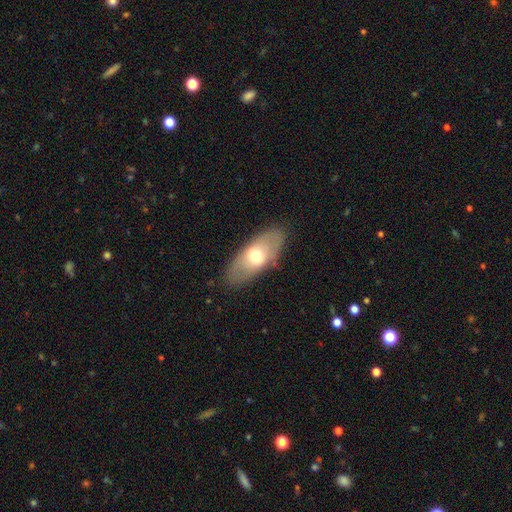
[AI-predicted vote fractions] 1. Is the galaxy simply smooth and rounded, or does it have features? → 57% smooth, 37% featured or disk, 6% star or artifact.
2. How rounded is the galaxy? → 85% in between, 12% cigar-shaped, 4% round.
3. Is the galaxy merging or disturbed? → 83% none, 12% minor disturbance, 4% major disturbance, 1% merger.